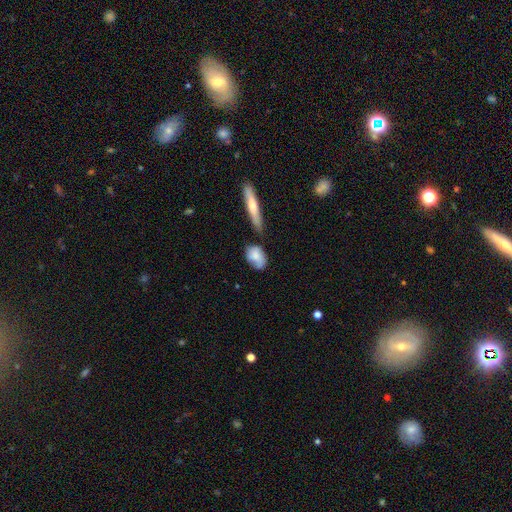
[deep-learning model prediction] smooth-or-featured: smooth: 67% | featured or disk: 26% | star or artifact: 7%
  how-rounded: in between: 72% | round: 22% | cigar-shaped: 5%
  merging: none: 48% | minor disturbance: 30% | merger: 12% | major disturbance: 10%